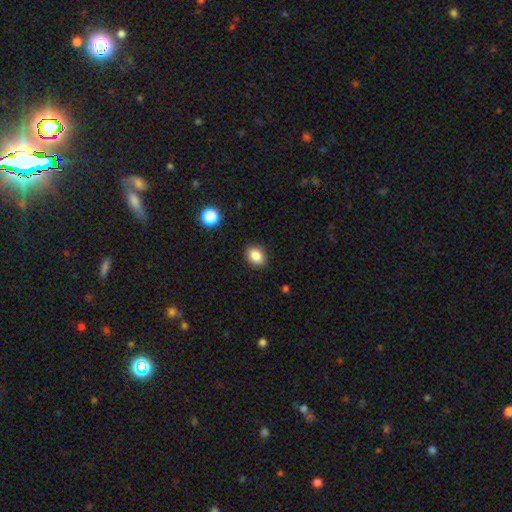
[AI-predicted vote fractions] smooth-or-featured: smooth: 85% | star or artifact: 10% | featured or disk: 5%
  how-rounded: in between: 64% | round: 34% | cigar-shaped: 1%
  merging: none: 88% | minor disturbance: 9% | major disturbance: 2% | merger: 1%